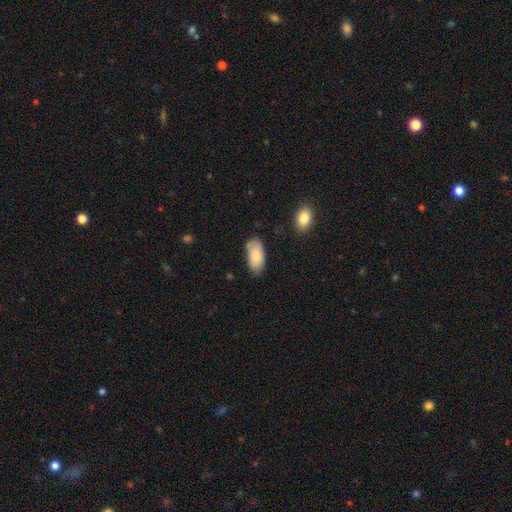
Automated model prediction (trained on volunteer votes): This is clearly a smooth galaxy (85%). How rounded: clearly in between (94%). Merging: likely none (72%).